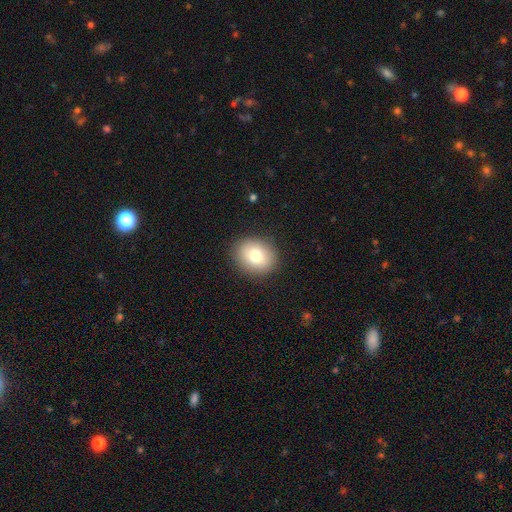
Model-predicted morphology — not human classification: Smooth or featured? smooth (78%)
How rounded? round (60%)
Merging? none (88%)